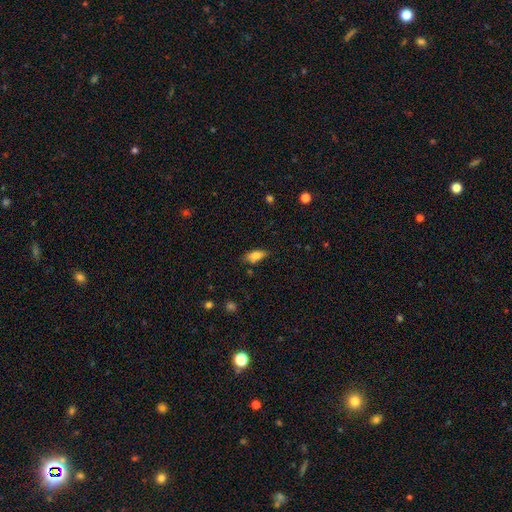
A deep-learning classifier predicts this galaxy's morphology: Smooth or featured? smooth (75%)
How rounded? in between (78%)
Merging? none (70%)